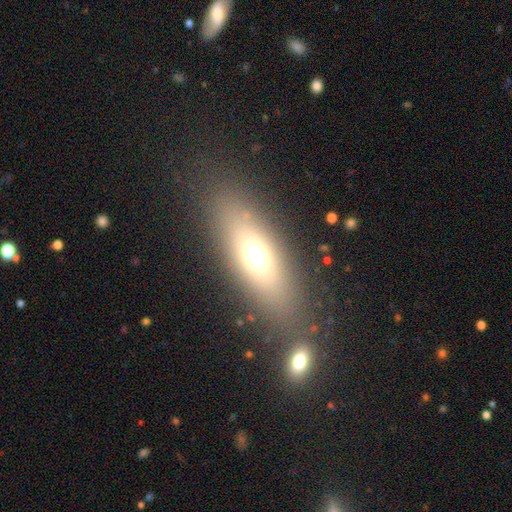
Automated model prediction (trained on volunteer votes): Smooth or featured: smooth — 62% (featured or disk — 26%)
How rounded: in between — 59% (cigar-shaped — 36%)
Merging: none — 76% (minor disturbance — 10%)